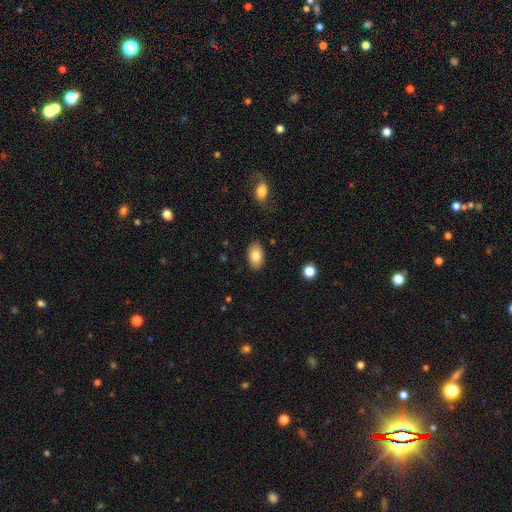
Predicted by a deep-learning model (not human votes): Smooth or featured: smooth — 81% (featured or disk — 11%)
How rounded: in between — 92% (round — 7%)
Merging: none — 86% (minor disturbance — 11%)